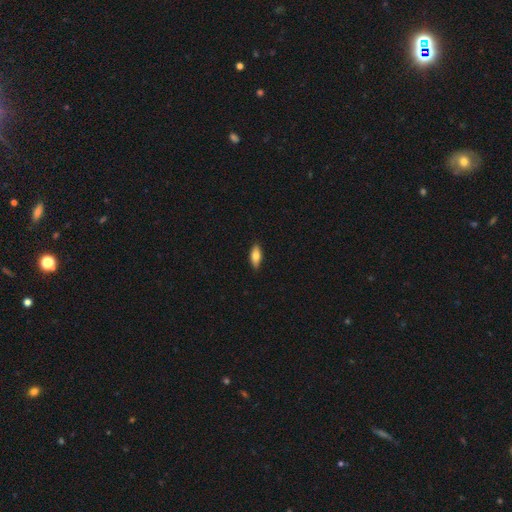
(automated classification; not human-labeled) Smooth or featured: smooth — 77% (featured or disk — 16%)
How rounded: in between — 77% (cigar-shaped — 20%)
Merging: none — 87% (minor disturbance — 10%)